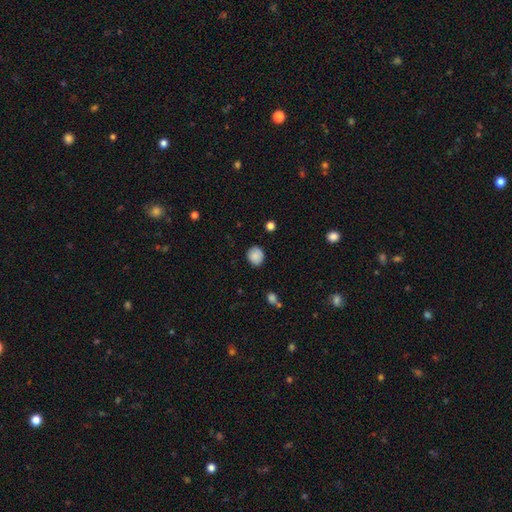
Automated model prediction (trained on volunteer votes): smooth 86%, star or artifact 8%, featured or disk 5%. Down the decision tree: how rounded — round (76%); merging — none (85%).